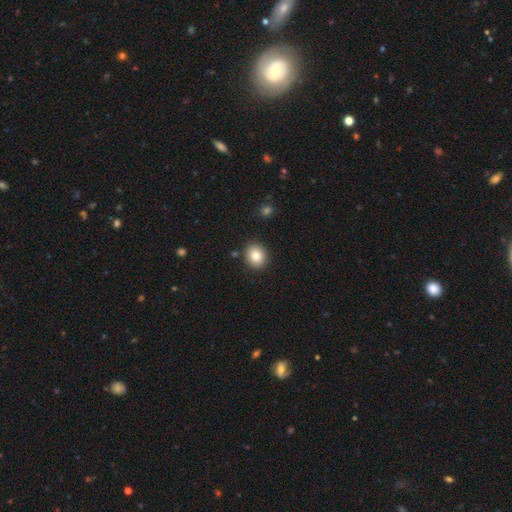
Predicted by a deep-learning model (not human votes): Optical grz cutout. It shows a smooth galaxy with no disk features (84%) that is round (66%). Merging: none (88%).